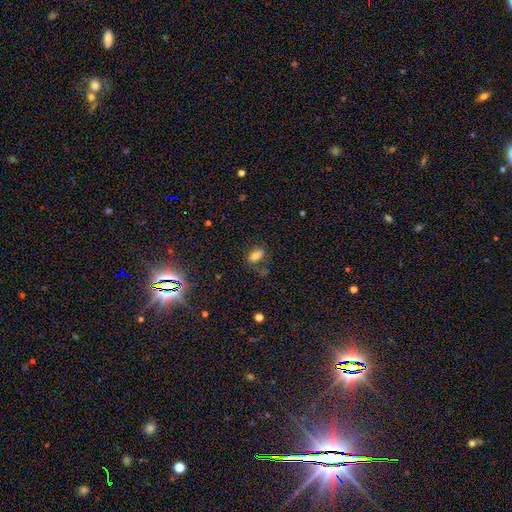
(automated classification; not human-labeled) smooth-or-featured: smooth: 76% | star or artifact: 15% | featured or disk: 9%
  how-rounded: in between: 88% | round: 9% | cigar-shaped: 4%
  merging: none: 65% | minor disturbance: 17% | merger: 10% | major disturbance: 8%